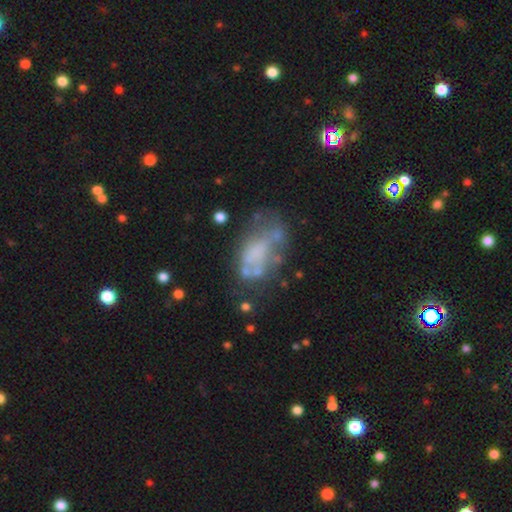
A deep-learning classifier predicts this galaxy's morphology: Smooth or featured? featured or disk (51%)
Edge-on disk? no (96%)
Merging? none (35%)